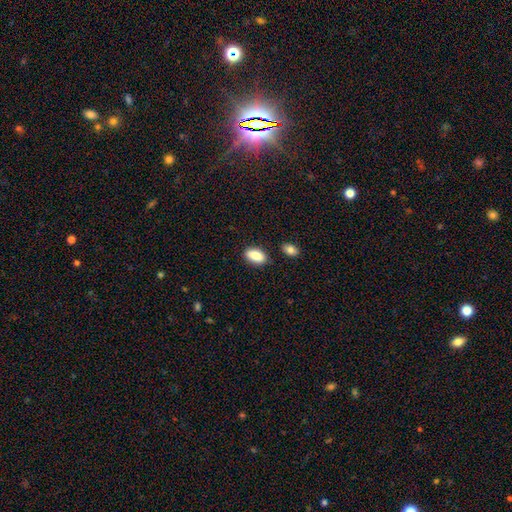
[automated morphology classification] Smooth or featured? smooth (86%)
How rounded? in between (90%)
Merging? none (82%)